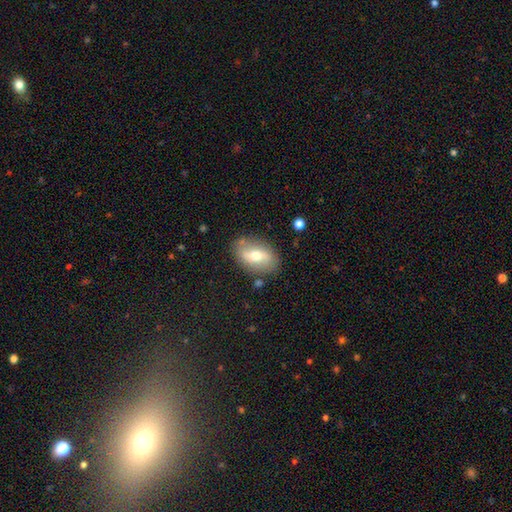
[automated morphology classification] smooth 51%, featured or disk 42%, star or artifact 7%. Down the decision tree: how rounded — in between (85%); merging — none (79%).